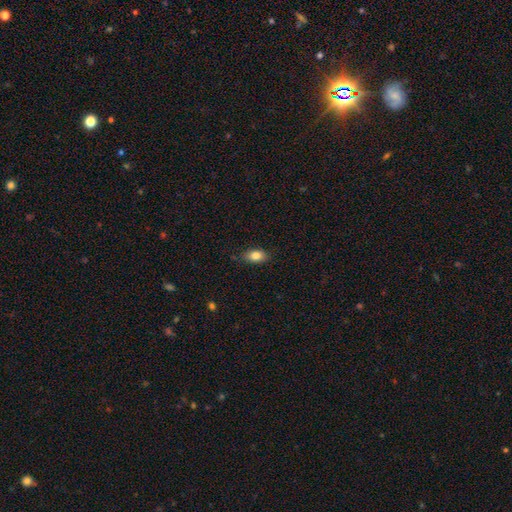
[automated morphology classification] A smooth galaxy with no disk features (84%) that is in between round and cigar-shaped (89%).

Vote fractions:
- Smooth or featured? smooth: 84% / featured or disk: 8% / star or artifact: 8%
- How rounded? in between: 89% / round: 8% / cigar-shaped: 3%
- Merging? none: 83% / minor disturbance: 14% / major disturbance: 3% / merger: 1%